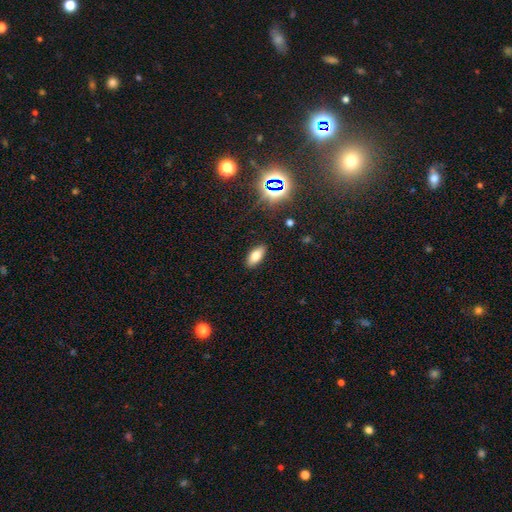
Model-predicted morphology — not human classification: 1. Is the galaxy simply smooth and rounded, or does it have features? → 77% smooth, 13% star or artifact, 11% featured or disk.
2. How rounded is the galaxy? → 87% in between, 10% cigar-shaped, 3% round.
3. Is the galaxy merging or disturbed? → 89% none, 8% minor disturbance, 2% major disturbance, 1% merger.